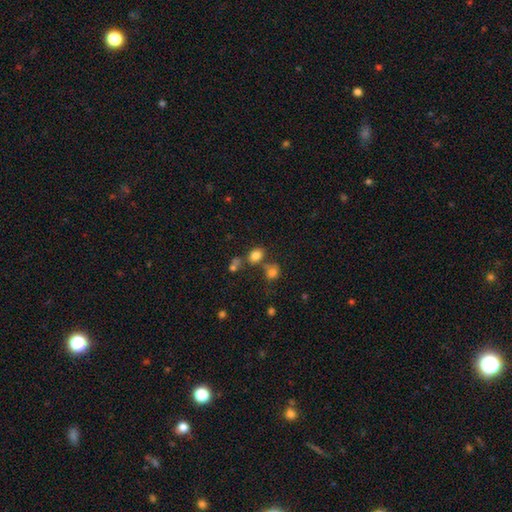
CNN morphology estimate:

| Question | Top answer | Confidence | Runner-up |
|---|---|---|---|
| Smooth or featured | smooth | 79% | star or artifact (13%) |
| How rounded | in between | 69% | round (30%) |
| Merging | none | 57% | merger (24%) |